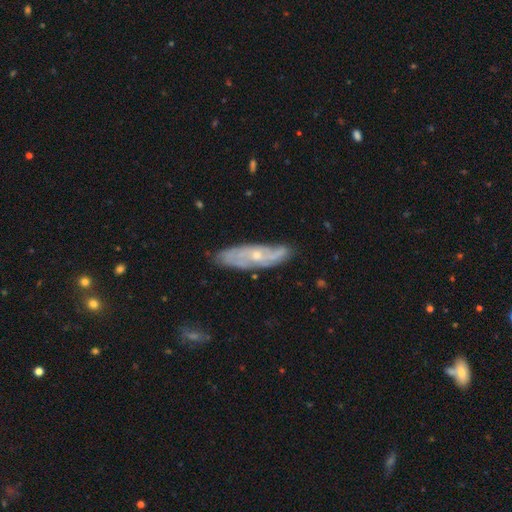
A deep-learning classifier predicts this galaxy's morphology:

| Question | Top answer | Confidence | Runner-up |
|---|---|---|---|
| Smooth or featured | featured or disk | 70% | smooth (22%) |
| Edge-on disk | no | 71% | yes (29%) |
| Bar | no | 75% | weak (21%) |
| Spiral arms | yes | 81% | no (19%) |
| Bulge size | small | 66% | moderate (30%) |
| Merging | none | 77% | minor disturbance (17%) |